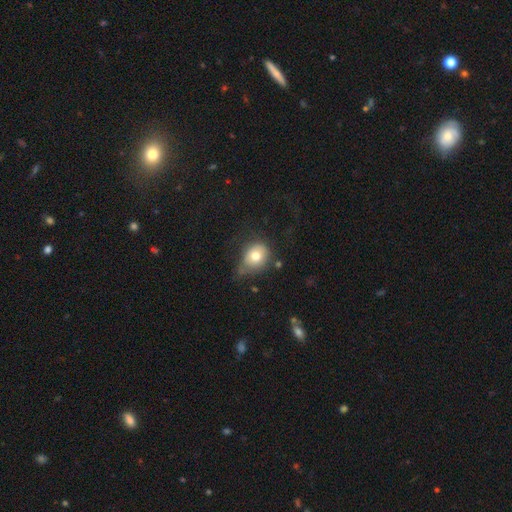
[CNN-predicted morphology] type=smooth (75%); roundness=round (61%); merging=none (47%).